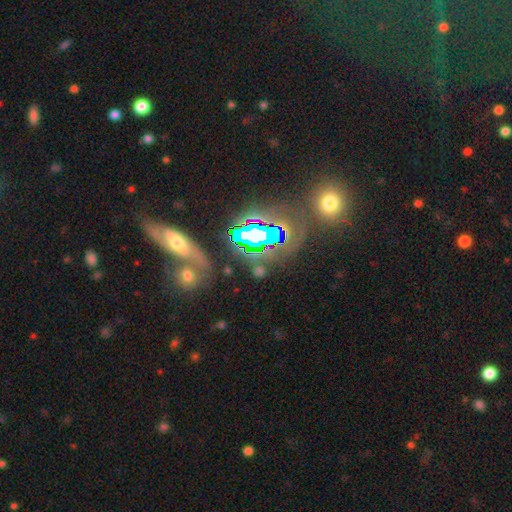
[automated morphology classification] This is possibly a star or artifact rather than a galaxy (52%).